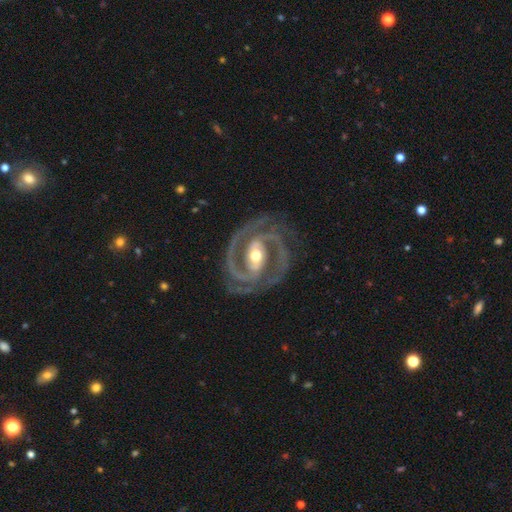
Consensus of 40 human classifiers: Q: Smooth or featured?
A: featured or disk (92%); runner-up: smooth (5%)
Q: Edge-on disk?
A: no (97%); runner-up: yes (3%)
Q: Bar?
A: strong (39%); runner-up: weak (33%)
Q: Spiral arms?
A: yes (100%)
Q: Spiral winding?
A: tight (56%); runner-up: medium (39%)
Q: Spiral arm count?
A: 2 (83%); runner-up: 3 (14%)
Q: Bulge size?
A: moderate (64%); runner-up: small (22%)
Q: Merging?
A: none (74%); runner-up: minor disturbance (15%)